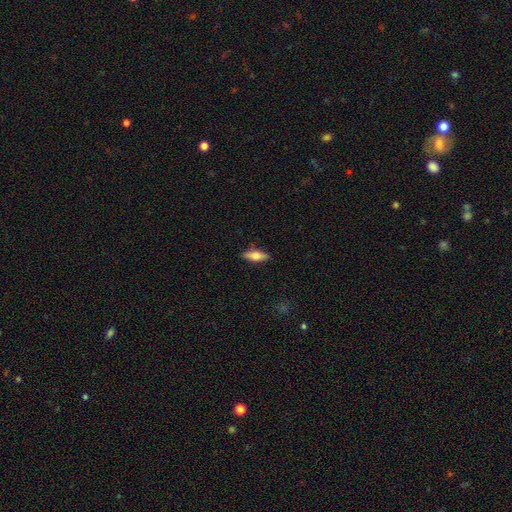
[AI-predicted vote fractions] This is possibly a smooth galaxy (60%). How rounded: possibly in between (56%). Merging: clearly none (88%).